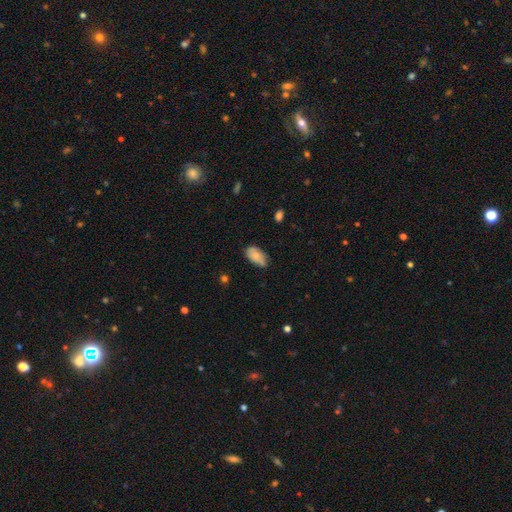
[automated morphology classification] The model was most divided on "merging": none: 55%, minor disturbance: 36%, major disturbance: 7%, merger: 2%. More confident: how rounded — in between (93%); smooth or featured — smooth (72%).